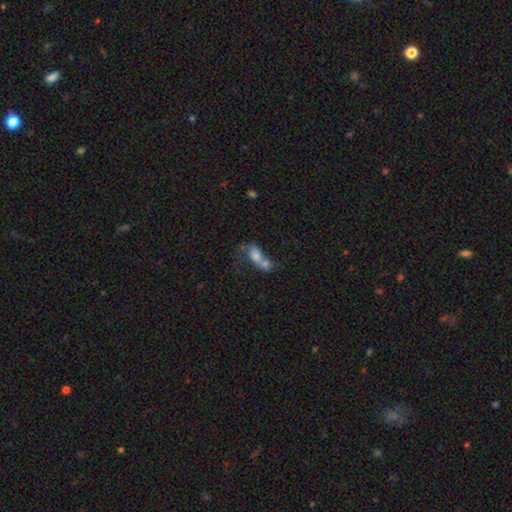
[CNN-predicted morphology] Smooth or featured: smooth — 61% (featured or disk — 28%)
How rounded: in between — 73% (round — 20%)
Merging: merger — 73% (none — 11%)